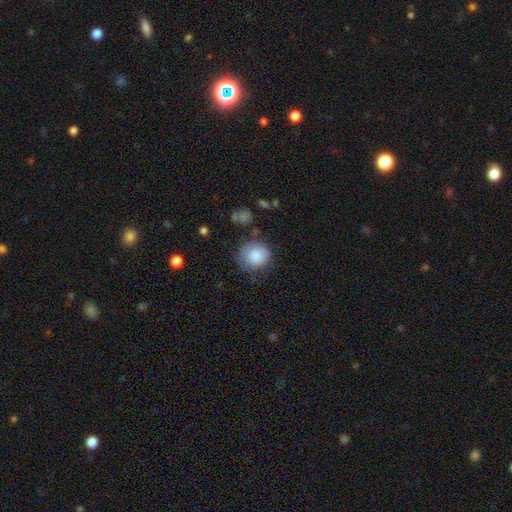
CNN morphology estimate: Smooth or featured? smooth (83%)
How rounded? round (86%)
Merging? none (64%)